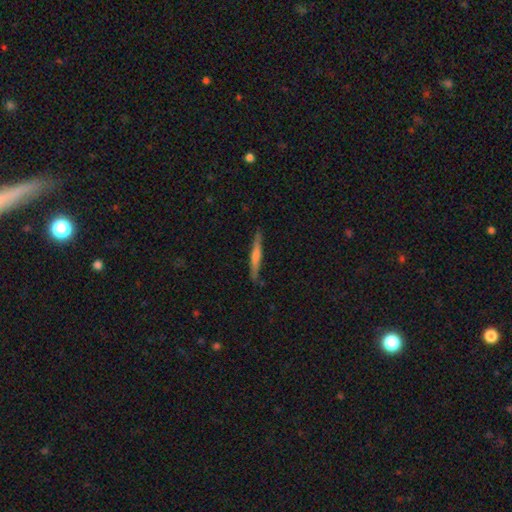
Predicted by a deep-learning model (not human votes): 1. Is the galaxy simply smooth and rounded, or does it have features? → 63% featured or disk, 30% smooth, 7% star or artifact.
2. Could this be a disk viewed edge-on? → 97% yes, 3% no.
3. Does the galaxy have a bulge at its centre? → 54% rounded, 30% none, 16% boxy.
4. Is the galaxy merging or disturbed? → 88% none, 9% minor disturbance, 2% major disturbance, 1% merger.